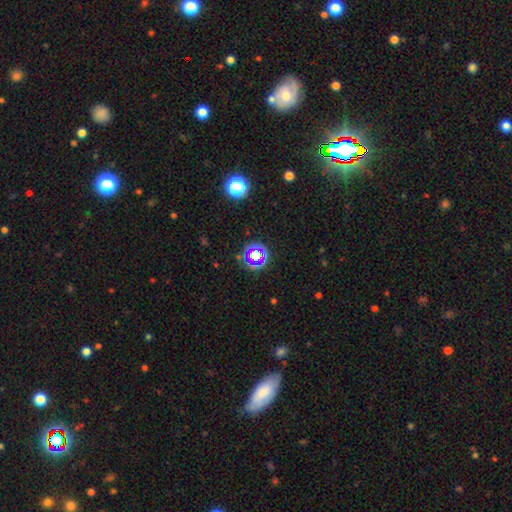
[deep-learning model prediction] The model was most divided on "smooth or featured": star or artifact: 63%, smooth: 25%, featured or disk: 12%.